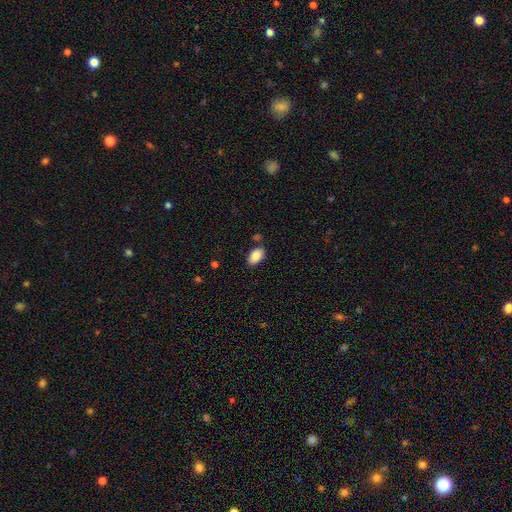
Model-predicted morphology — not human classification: This is clearly a smooth galaxy (87%). How rounded: clearly in between (93%). Merging: clearly none (80%).